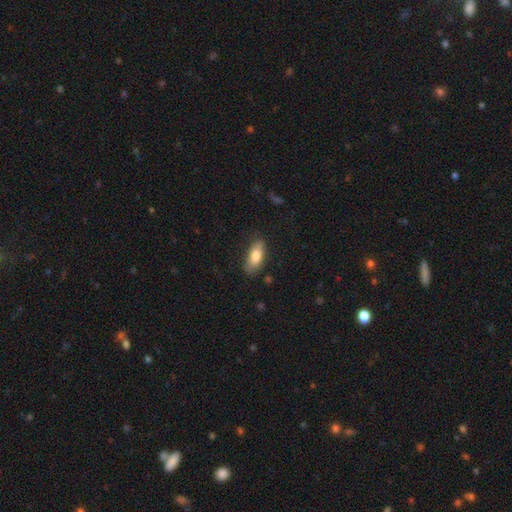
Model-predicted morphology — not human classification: This appears to be a smooth galaxy with no disk features (80%) that is in between round and cigar-shaped (80%). Merging: none (77%).